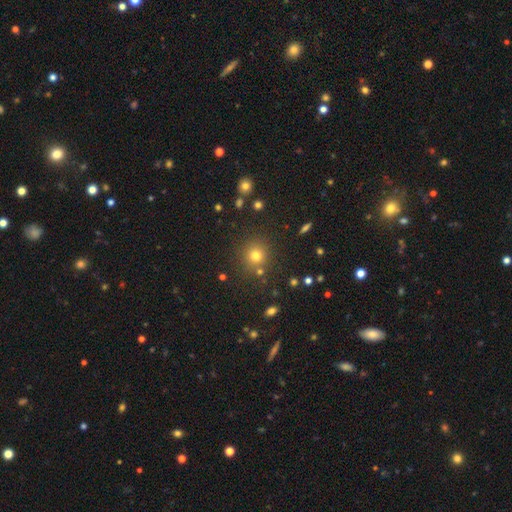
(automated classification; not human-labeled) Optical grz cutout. It shows a smooth galaxy with no disk features (74%) that is round (91%). Merging: none (83%).